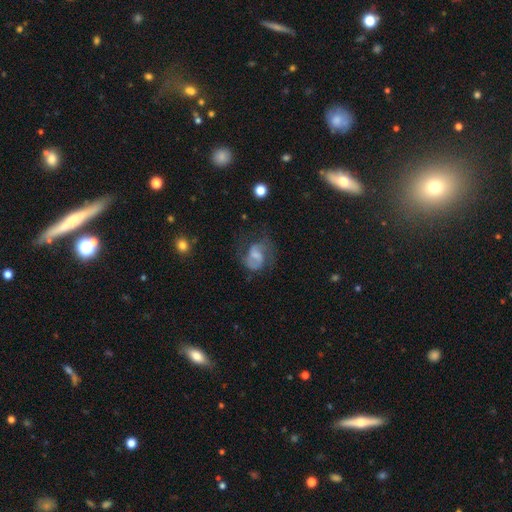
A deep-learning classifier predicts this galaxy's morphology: type=featured or disk (65%); edge-on=no (97%); bar=weak (50%); spiral arms=yes (86%); winding=medium (48%); arm count=2 (75%); bulge=none (33%); merging=none (50%).